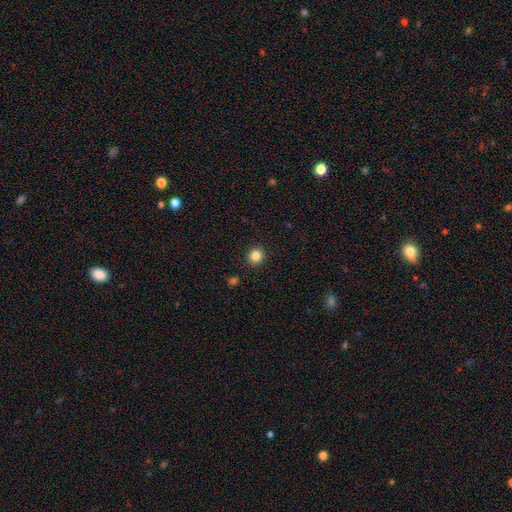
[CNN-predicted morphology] Smooth or featured?
  - smooth: 84% *
  - star or artifact: 11%
  - featured or disk: 5%
How rounded?
  - round: 89% *
  - in between: 10%
  - cigar-shaped: 1%
Merging?
  - none: 92% *
  - minor disturbance: 5%
  - major disturbance: 2%
  - merger: 1%